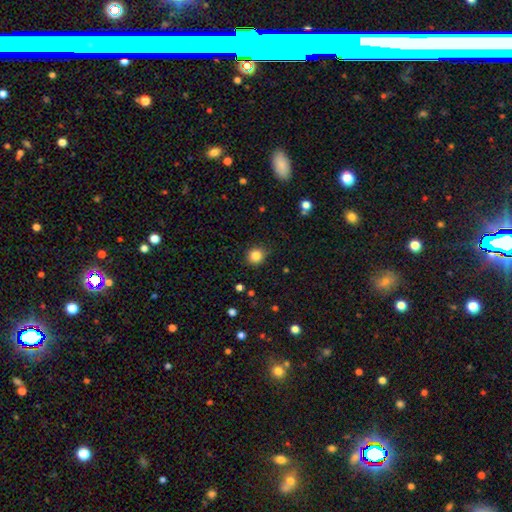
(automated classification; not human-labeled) Smooth or featured? smooth (84%)
How rounded? round (90%)
Merging? none (86%)